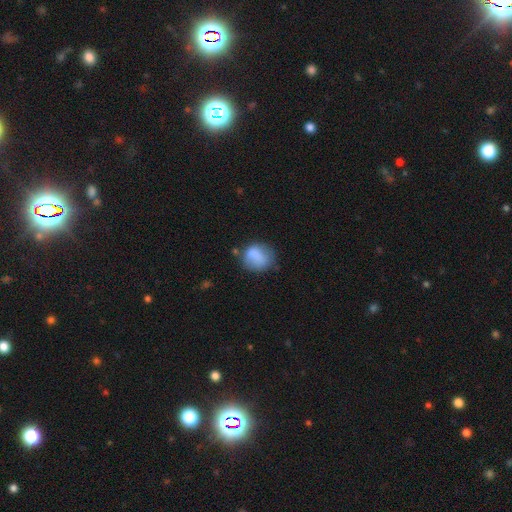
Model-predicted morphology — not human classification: This is likely a smooth galaxy (80%). How rounded: likely round (64%). Merging: possibly none (56%).